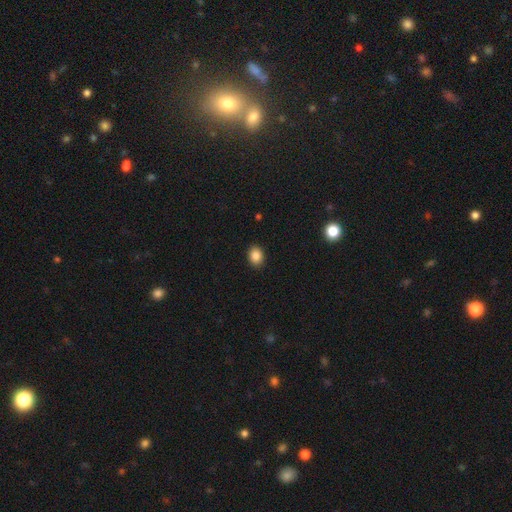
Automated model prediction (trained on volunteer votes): Overall: smooth (87%). How rounded: in between (55%; round 44%). Merging: none (90%).